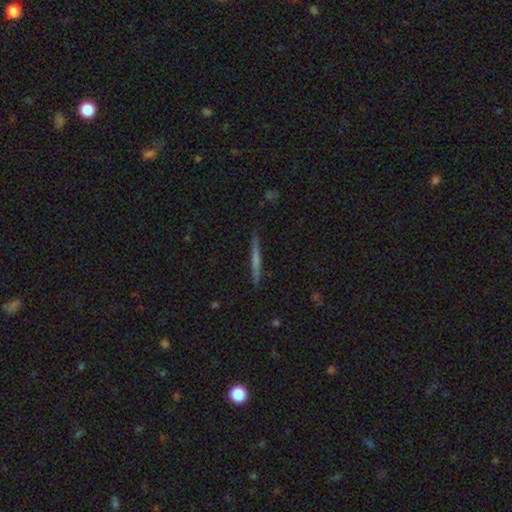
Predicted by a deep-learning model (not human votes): Morphology: type=featured or disk (55%); edge-on=yes (98%); edge-on bulge=none (65%); merging=none (92%).